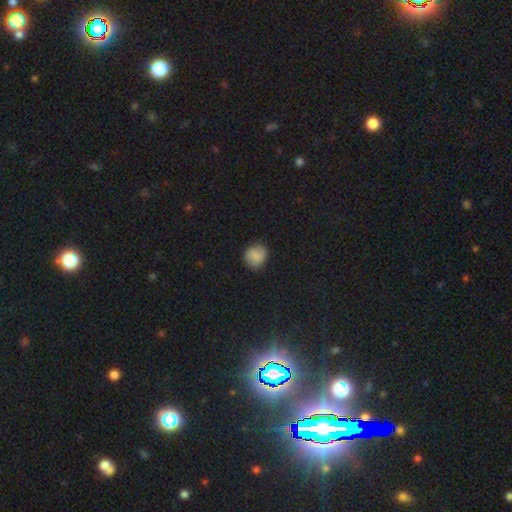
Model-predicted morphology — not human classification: Smooth or featured: smooth — 83% (star or artifact — 10%)
How rounded: round — 82% (in between — 17%)
Merging: none — 81% (minor disturbance — 14%)